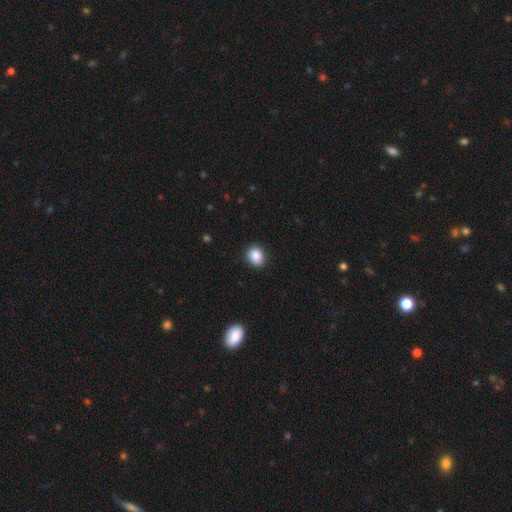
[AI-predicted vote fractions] Smooth or featured: smooth — 88% (star or artifact — 9%)
How rounded: round — 50% (in between — 49%)
Merging: none — 88% (minor disturbance — 9%)